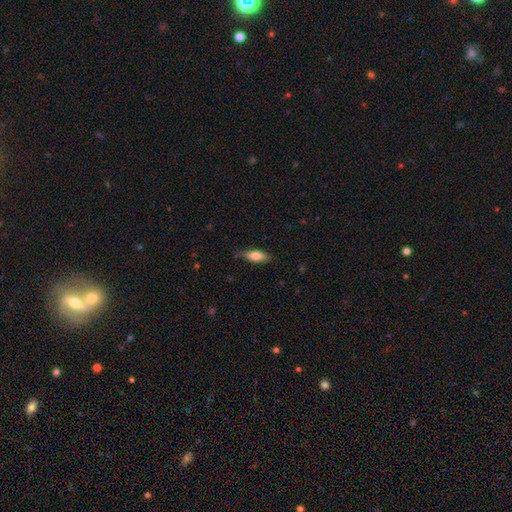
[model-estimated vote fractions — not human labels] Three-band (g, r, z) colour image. It shows a smooth galaxy with no disk features (78%) that is in between round and cigar-shaped (68%). Merging: none (76%).